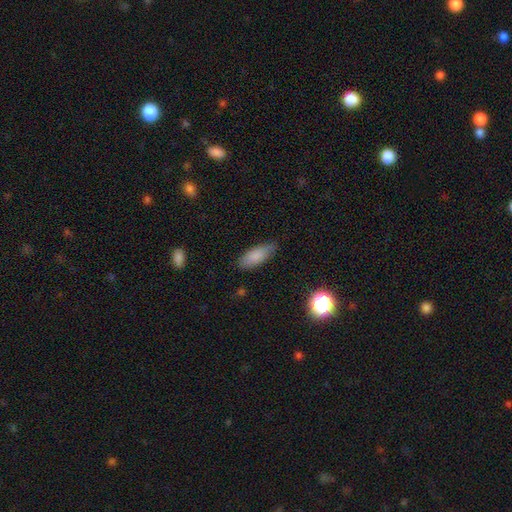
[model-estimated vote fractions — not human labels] Smooth or featured? smooth (84%)
How rounded? in between (78%)
Merging? none (77%)